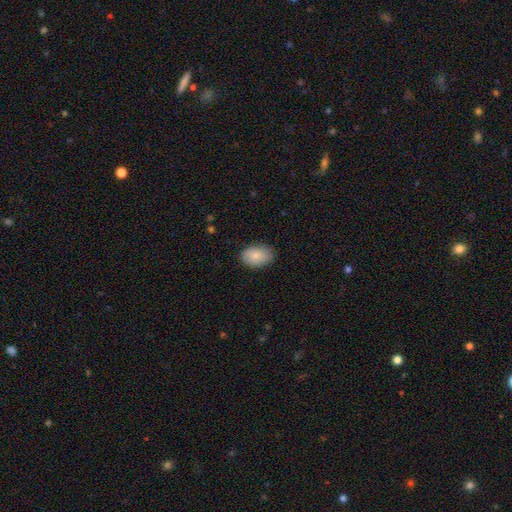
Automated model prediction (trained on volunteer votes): smooth_or_featured: smooth (p=0.83) [alt: featured or disk p=0.10]
how_rounded: in between (p=0.87) [alt: round p=0.12]
merging: none (p=0.83) [alt: minor disturbance p=0.13]